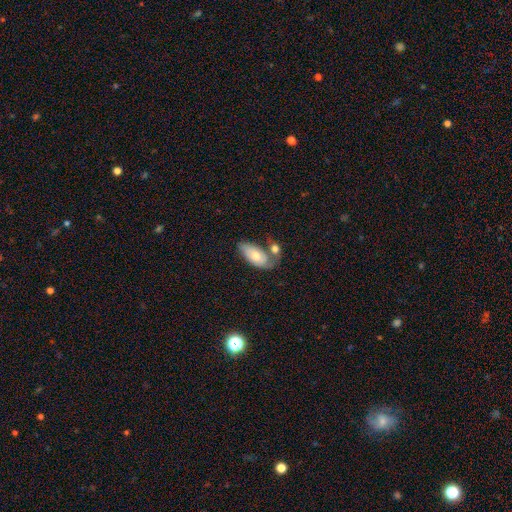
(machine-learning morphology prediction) A smooth galaxy with no disk features (64%) that is in between round and cigar-shaped (91%). Merging: merger (41%).